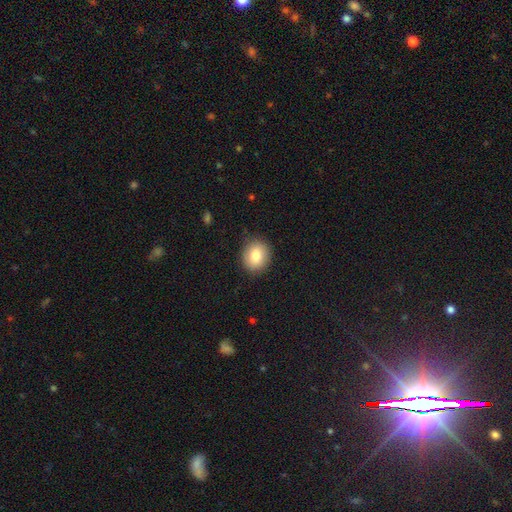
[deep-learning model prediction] Q: Smooth or featured?
A: smooth (81%); runner-up: featured or disk (10%)
Q: How rounded?
A: round (70%); runner-up: in between (29%)
Q: Merging?
A: none (88%); runner-up: minor disturbance (9%)